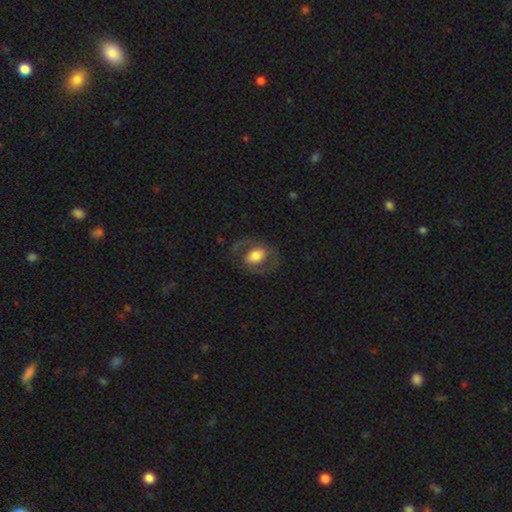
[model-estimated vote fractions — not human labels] smooth-or-featured: featured or disk: 50% | smooth: 43% | star or artifact: 7%
  disk-edge-on: no: 95% | yes: 5%
  merging: none: 68% | major disturbance: 16% | minor disturbance: 15% | merger: 1%